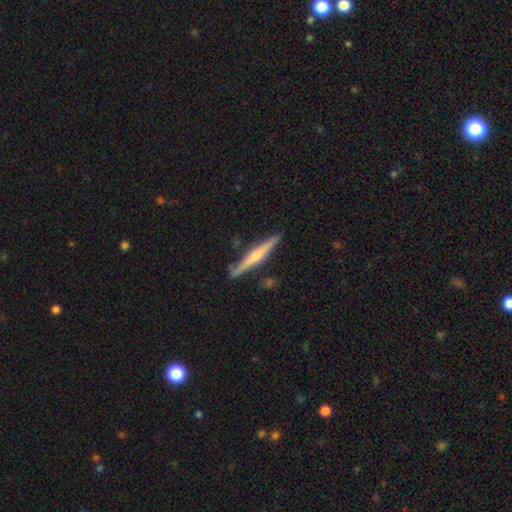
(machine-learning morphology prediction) A featured or disk galaxy (60%) viewed edge-on (98%) with a rounded central bulge (64%).

Vote fractions:
- Smooth or featured? featured or disk: 60% / smooth: 34% / star or artifact: 5%
- Edge-on disk? yes: 98% / no: 2%
- Edge-on bulge? rounded: 64% / none: 22% / boxy: 13%
- Merging? none: 85% / minor disturbance: 10% / merger: 2% / major disturbance: 2%